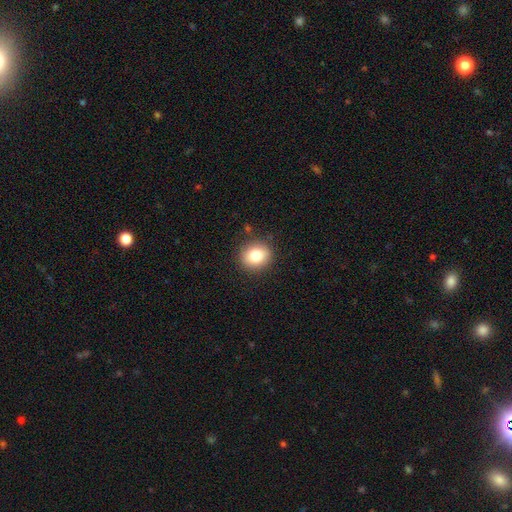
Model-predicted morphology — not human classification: Overall: smooth (81%). How rounded: round (75%). Merging: none (88%).